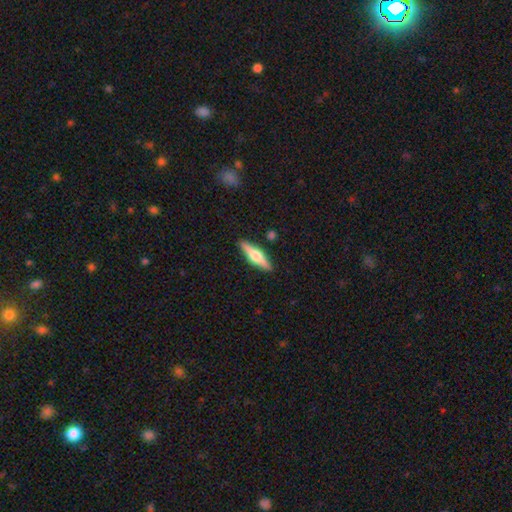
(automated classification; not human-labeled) featured or disk 58%, smooth 36%, star or artifact 6%. Down the decision tree: edge-on disk — yes (96%); edge-on bulge — rounded (93%); merging — none (89%).